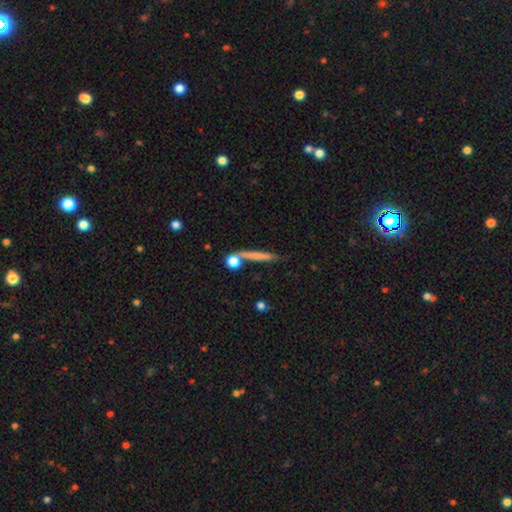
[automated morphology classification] This appears to be a smooth galaxy with no disk features (59%) that is cigar-shaped (88%). Merging: none (74%).